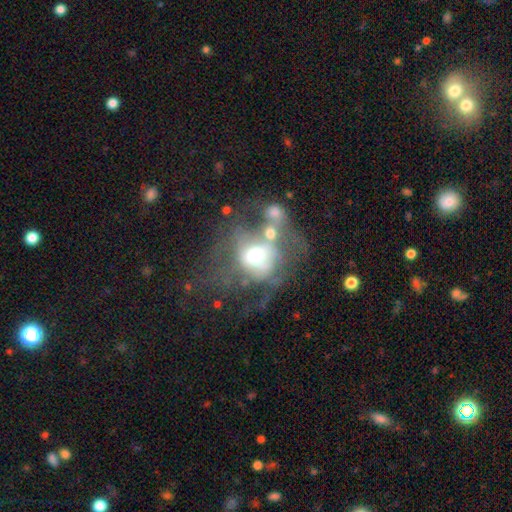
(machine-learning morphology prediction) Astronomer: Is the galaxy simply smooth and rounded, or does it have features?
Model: featured or disk — 46% (runner-up: smooth, 39%).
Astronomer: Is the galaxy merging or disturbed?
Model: merger — 47% (runner-up: major disturbance, 25%).